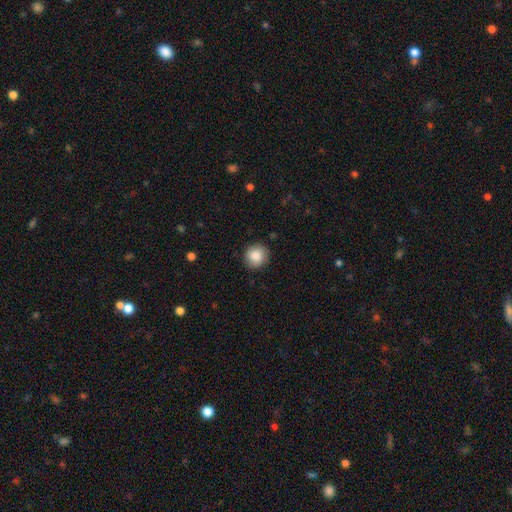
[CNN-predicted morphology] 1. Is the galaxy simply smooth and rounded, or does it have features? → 86% smooth, 8% star or artifact, 6% featured or disk.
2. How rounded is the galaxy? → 88% round, 11% in between, 1% cigar-shaped.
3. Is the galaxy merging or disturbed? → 86% none, 11% minor disturbance, 2% major disturbance, 1% merger.